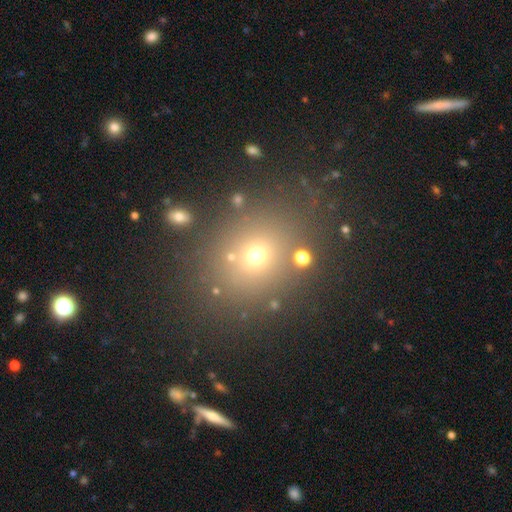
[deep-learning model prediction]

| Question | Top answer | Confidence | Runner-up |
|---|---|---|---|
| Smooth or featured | smooth | 61% | star or artifact (28%) |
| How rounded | round | 63% | in between (36%) |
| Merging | none | 81% | minor disturbance (9%) |